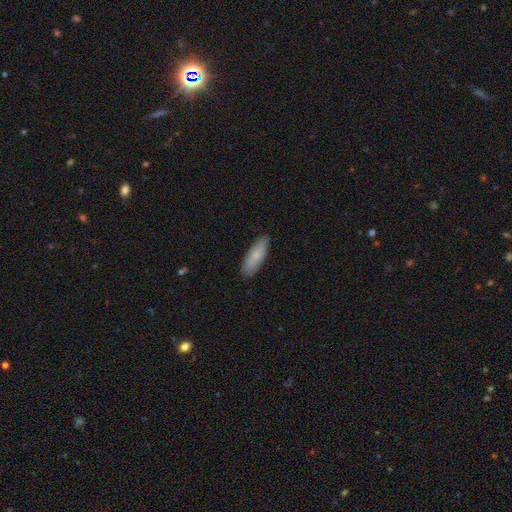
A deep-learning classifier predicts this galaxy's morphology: type=smooth (78%); roundness=in between (58%); merging=none (86%).